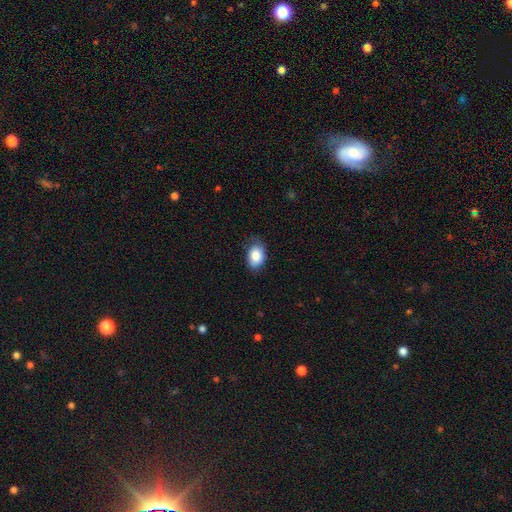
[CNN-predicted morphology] Smooth or featured? Predicted: smooth (p=0.83). How rounded? Predicted: in between (p=0.82). Merging? Predicted: none (p=0.69).